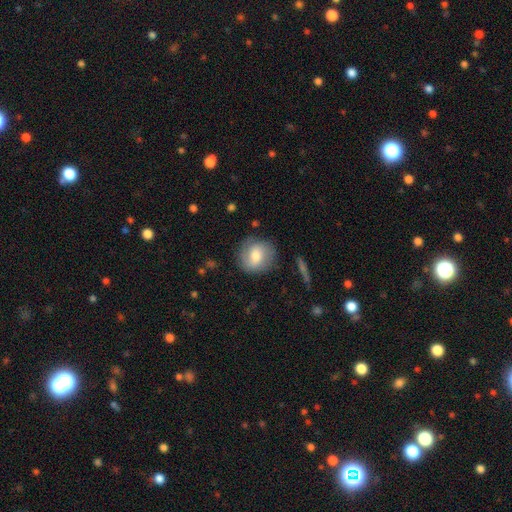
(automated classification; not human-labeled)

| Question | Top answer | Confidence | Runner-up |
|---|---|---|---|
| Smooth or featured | smooth | 60% | featured or disk (33%) |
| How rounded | round | 83% | in between (15%) |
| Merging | none | 78% | minor disturbance (15%) |